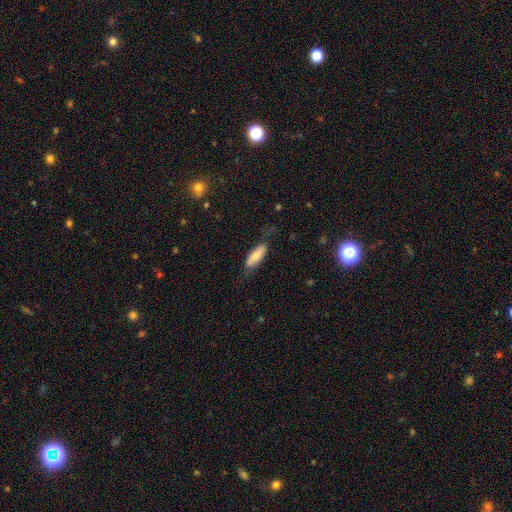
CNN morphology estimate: Smooth or featured? Predicted: smooth (p=0.73). How rounded? Predicted: in between (p=0.57). Merging? Predicted: none (p=0.65).